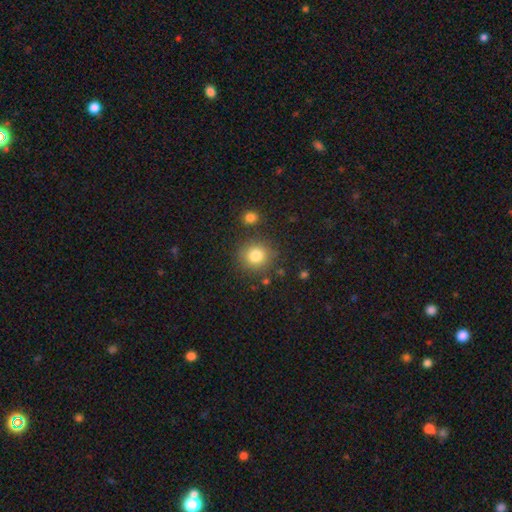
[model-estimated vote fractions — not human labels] smooth 81%, star or artifact 11%, featured or disk 8%. Down the decision tree: how rounded — round (89%); merging — none (83%).